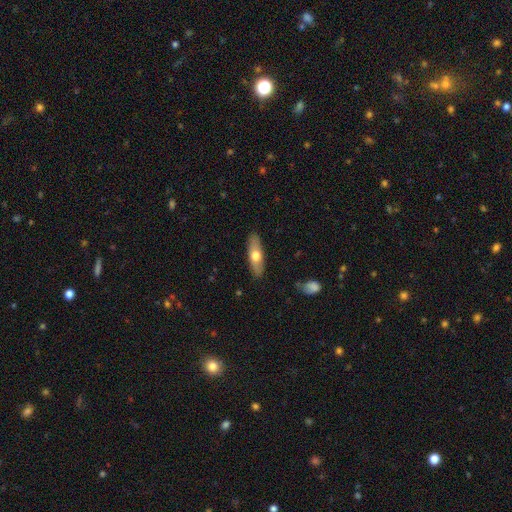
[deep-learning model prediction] Smooth or featured?
  - smooth: 58% *
  - featured or disk: 37%
  - star or artifact: 5%
How rounded?
  - in between: 54% *
  - cigar-shaped: 43%
  - round: 3%
Merging?
  - none: 87% *
  - minor disturbance: 10%
  - major disturbance: 2%
  - merger: 1%